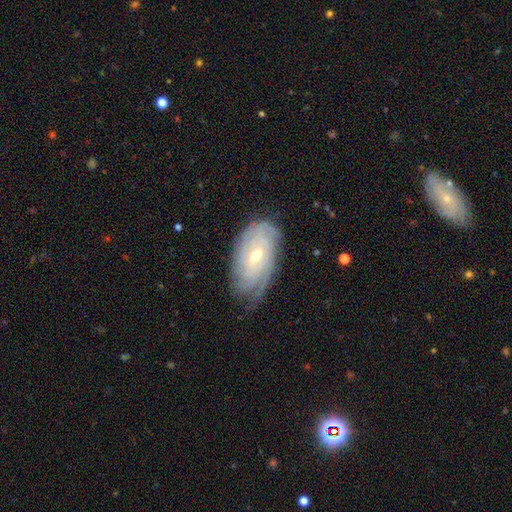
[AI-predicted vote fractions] Q: Smooth or featured?
A: featured or disk (84%); runner-up: smooth (10%)
Q: Edge-on disk?
A: no (94%); runner-up: yes (6%)
Q: Bar?
A: weak (43%); tied with: no (43%)
Q: Spiral arms?
A: yes (96%); runner-up: no (4%)
Q: Spiral winding?
A: tight (79%); runner-up: medium (17%)
Q: Spiral arm count?
A: can't tell (39%); runner-up: 4 (19%)
Q: Bulge size?
A: small (52%); runner-up: moderate (46%)
Q: Merging?
A: none (74%); runner-up: minor disturbance (20%)